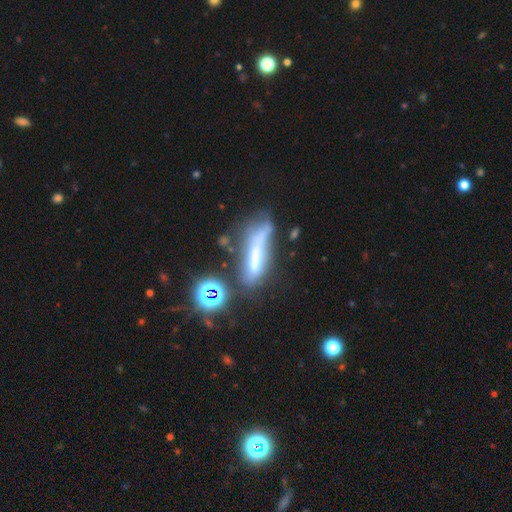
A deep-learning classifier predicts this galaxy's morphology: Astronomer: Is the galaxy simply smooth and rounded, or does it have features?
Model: smooth — 43% (runner-up: featured or disk, 38%).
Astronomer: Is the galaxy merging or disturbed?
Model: none — 32% (runner-up: minor disturbance, 25%).